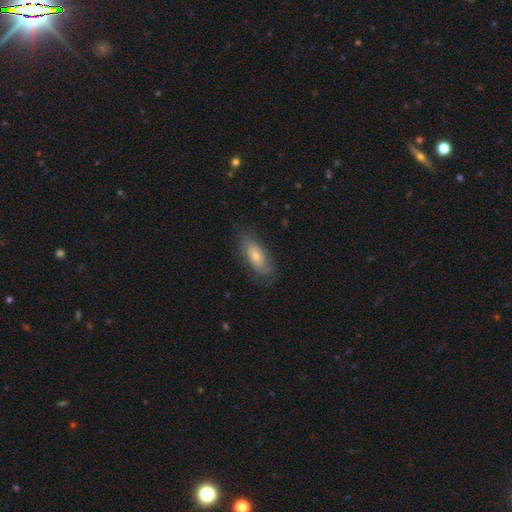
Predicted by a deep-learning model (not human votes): This appears to be a smooth galaxy with no disk features (56%) that is in between round and cigar-shaped (78%). Merging: none (70%).